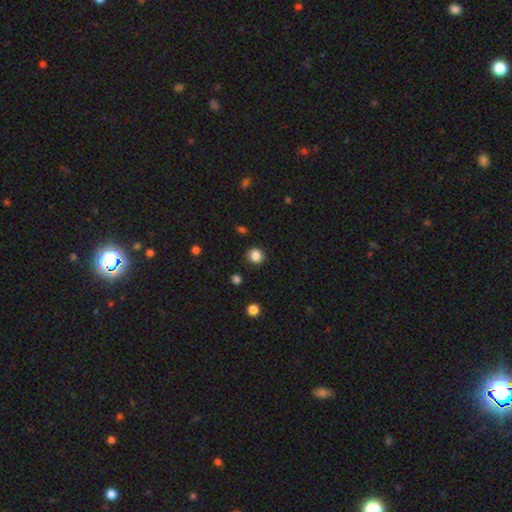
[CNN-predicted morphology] smooth_or_featured: smooth (p=0.85) [alt: star or artifact p=0.11]
how_rounded: round (p=0.89) [alt: in between p=0.10]
merging: none (p=0.89) [alt: minor disturbance p=0.08]